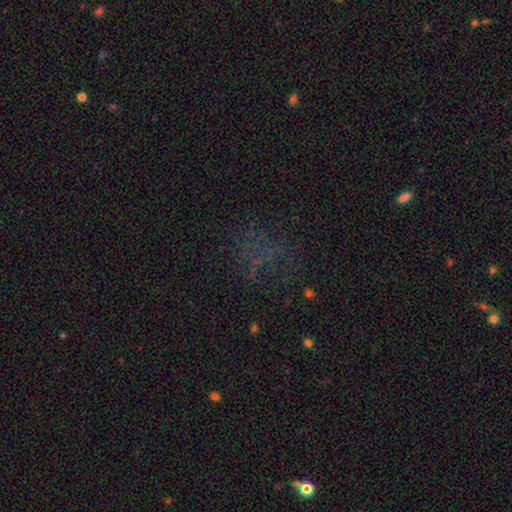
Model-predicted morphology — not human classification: Smooth or featured? star or artifact (48%)